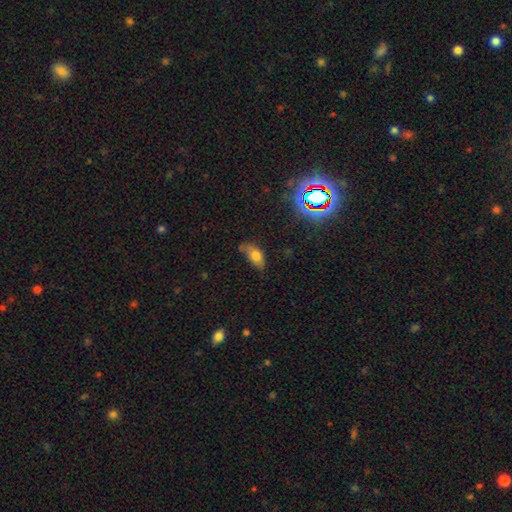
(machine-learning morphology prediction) Q: Smooth or featured?
A: smooth (71%); runner-up: featured or disk (17%)
Q: How rounded?
A: in between (87%); runner-up: round (7%)
Q: Merging?
A: none (41%); runner-up: minor disturbance (38%)